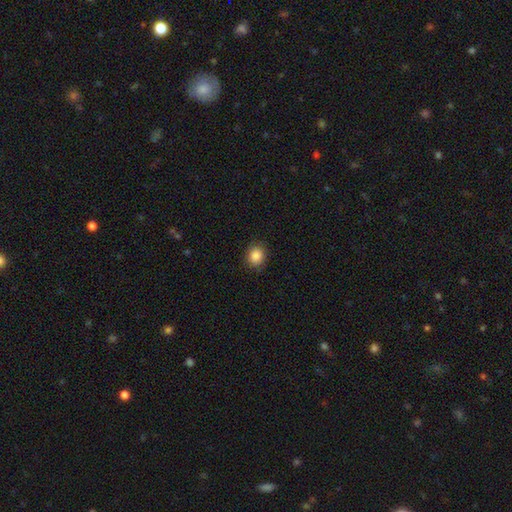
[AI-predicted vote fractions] Morphology: type=smooth (87%); roundness=round (67%); merging=none (86%).